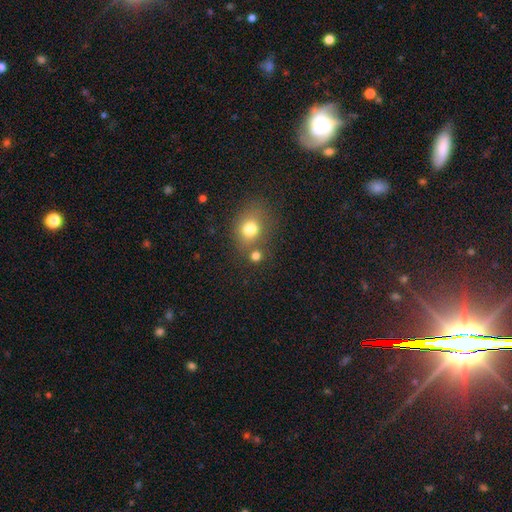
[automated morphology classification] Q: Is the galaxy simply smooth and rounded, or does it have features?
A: smooth — 76%.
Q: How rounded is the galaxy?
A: round — 76%.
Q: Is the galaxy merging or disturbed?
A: none — 61%.